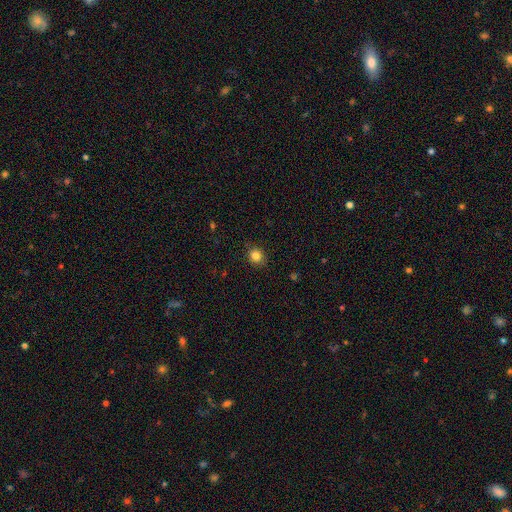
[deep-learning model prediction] Q: Smooth or featured?
A: smooth (83%); runner-up: star or artifact (12%)
Q: How rounded?
A: round (80%); runner-up: in between (19%)
Q: Merging?
A: none (87%); runner-up: minor disturbance (9%)